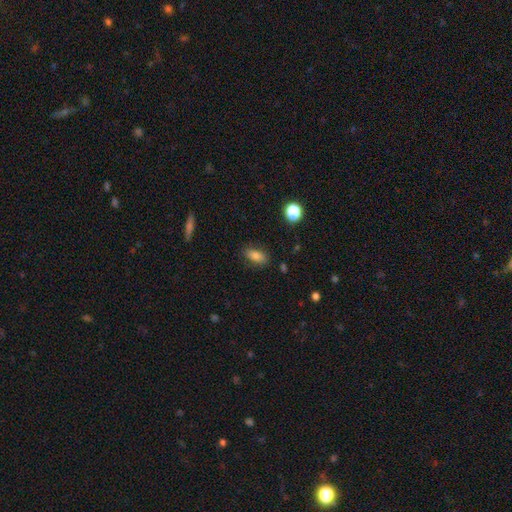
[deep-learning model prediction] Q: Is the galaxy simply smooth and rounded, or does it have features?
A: smooth — 79%.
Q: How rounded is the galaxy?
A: in between — 85%.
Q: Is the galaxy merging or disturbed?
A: none — 82%.